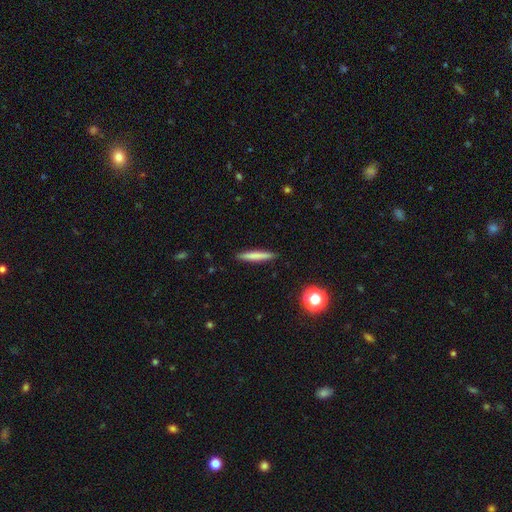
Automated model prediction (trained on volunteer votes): This is likely a smooth galaxy (73%). How rounded: clearly cigar-shaped (94%). Merging: clearly none (91%).